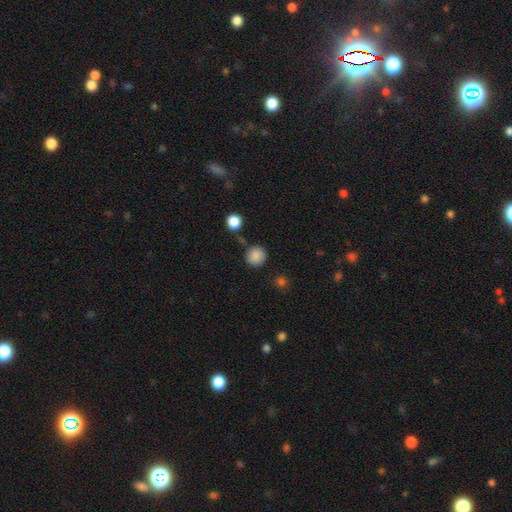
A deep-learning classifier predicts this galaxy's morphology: smooth-or-featured: smooth: 86% | star or artifact: 10% | featured or disk: 4%
  how-rounded: round: 93% | in between: 6% | cigar-shaped: 1%
  merging: none: 82% | minor disturbance: 10% | merger: 5% | major disturbance: 3%